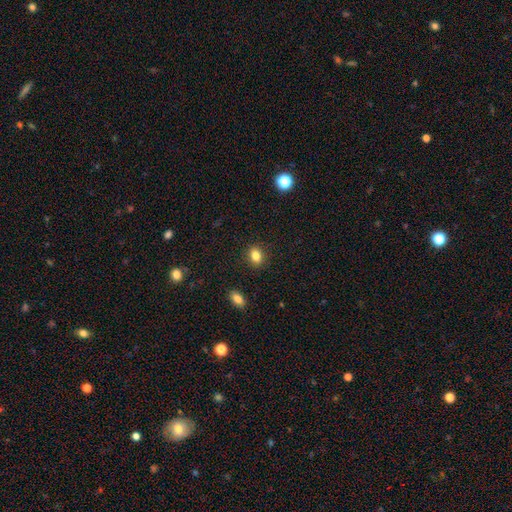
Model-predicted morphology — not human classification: smooth 83%, star or artifact 10%, featured or disk 6%. Down the decision tree: how rounded — in between (63%); merging — none (88%).